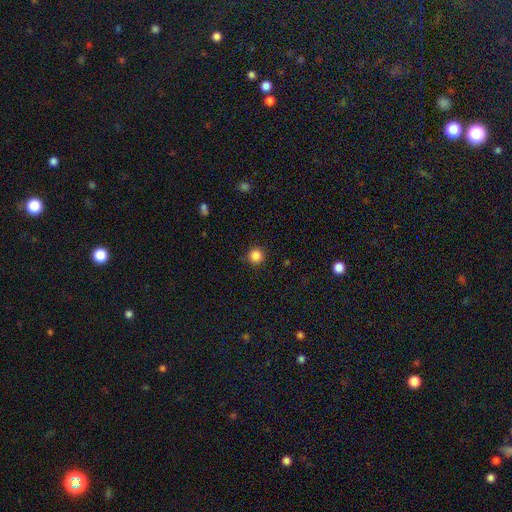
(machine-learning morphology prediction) This appears to be a smooth galaxy with no disk features (85%) that is round (94%). Merging: none (89%).